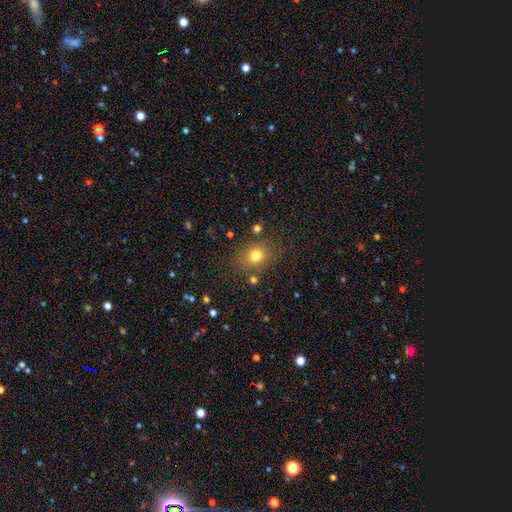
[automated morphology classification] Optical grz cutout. It shows a smooth galaxy with no disk features (76%) that is round (51%). Merging: none (79%).